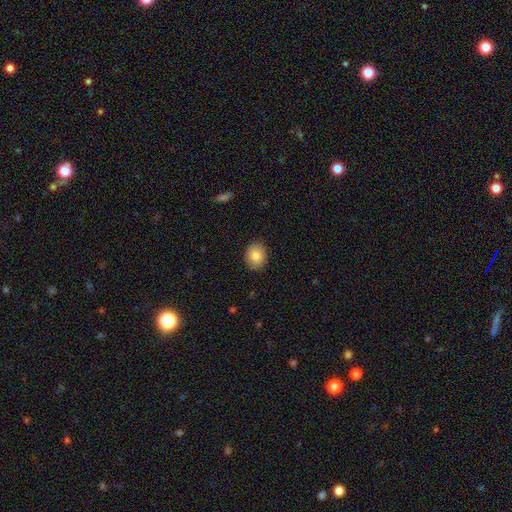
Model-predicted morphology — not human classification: Q: Smooth or featured?
A: smooth (81%); runner-up: featured or disk (11%)
Q: How rounded?
A: round (56%); runner-up: in between (43%)
Q: Merging?
A: none (89%); runner-up: minor disturbance (8%)